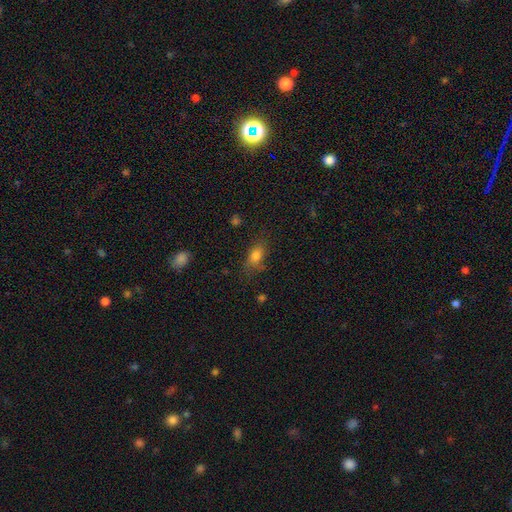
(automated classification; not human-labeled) Smooth or featured? smooth (79%)
How rounded? in between (76%)
Merging? none (70%)